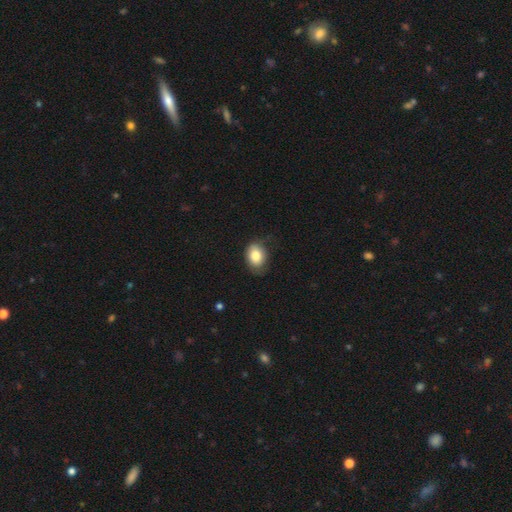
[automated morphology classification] The model was most divided on "how rounded": in between: 67%, round: 32%, cigar-shaped: 1%. More confident: smooth or featured — smooth (81%); merging — none (67%).